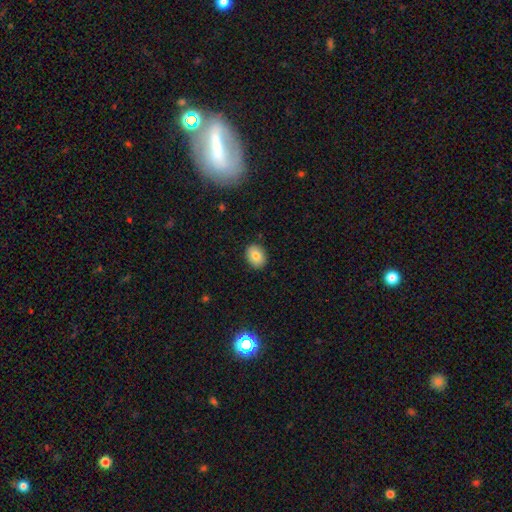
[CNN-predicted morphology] The model was most divided on "how rounded": in between: 61%, round: 38%, cigar-shaped: 1%. More confident: merging — none (89%); smooth or featured — smooth (82%).